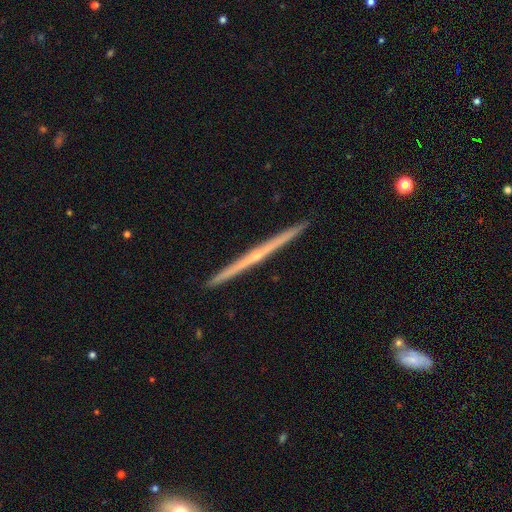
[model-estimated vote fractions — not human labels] featured or disk 79%, smooth 15%, star or artifact 5%. Down the decision tree: edge-on disk — yes (99%); edge-on bulge — rounded (52%); merging — none (93%).